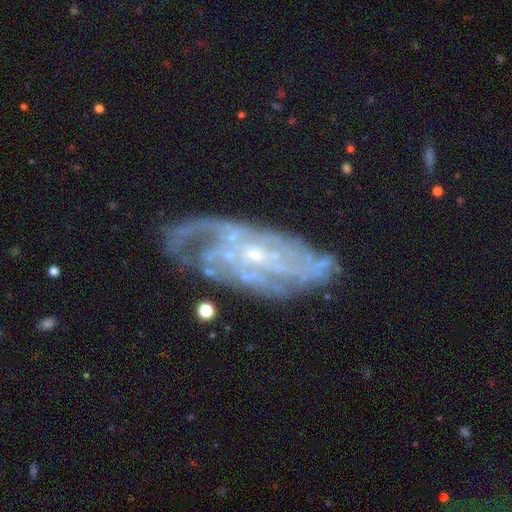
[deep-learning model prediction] Smooth or featured: featured or disk — 83% (smooth — 9%)
Edge-on disk: no — 92% (yes — 8%)
Bar: no — 60% (weak — 31%)
Spiral arms: yes — 91% (no — 9%)
Spiral winding: tight — 55% (medium — 33%)
Spiral arm count: can't tell — 43% (3 — 15%)
Bulge size: small — 78% (moderate — 15%)
Merging: none — 64% (minor disturbance — 20%)